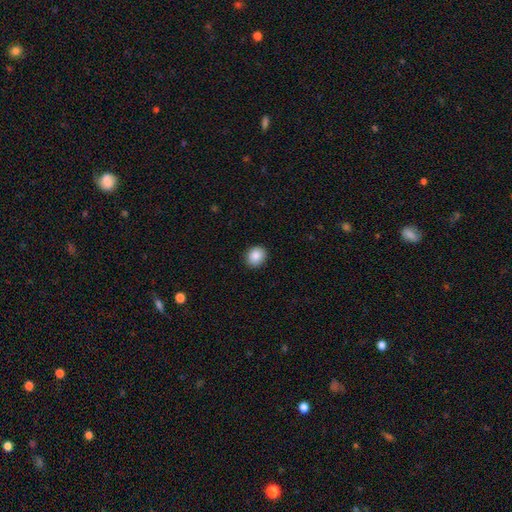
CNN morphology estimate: This is clearly a smooth galaxy (87%). How rounded: likely round (72%). Merging: clearly none (91%).